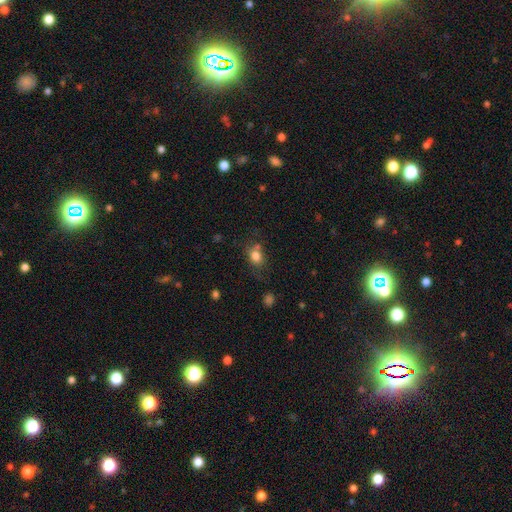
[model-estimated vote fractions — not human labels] smooth_or_featured: smooth (p=0.80) [alt: star or artifact p=0.12]
how_rounded: in between (p=0.50) [alt: round p=0.48]
merging: none (p=0.58) [alt: minor disturbance p=0.19]